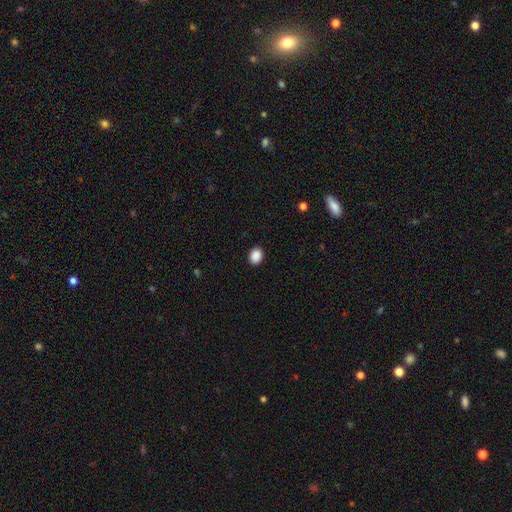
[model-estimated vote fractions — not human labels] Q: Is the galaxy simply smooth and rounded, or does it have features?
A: smooth — 89%.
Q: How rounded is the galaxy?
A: round — 50%, tied with in between.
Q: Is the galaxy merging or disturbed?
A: none — 91%.